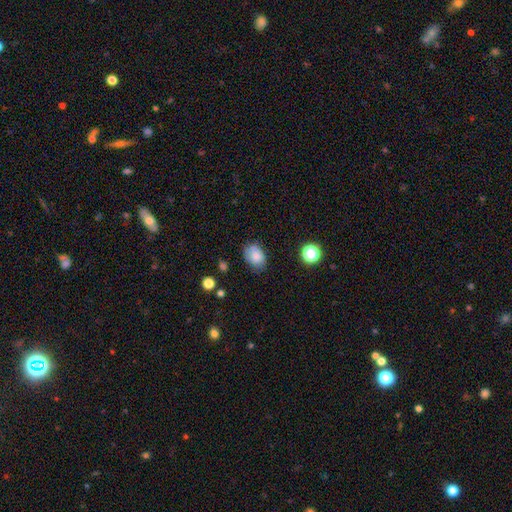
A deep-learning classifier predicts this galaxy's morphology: type=smooth (82%); roundness=in between (76%); merging=none (67%).